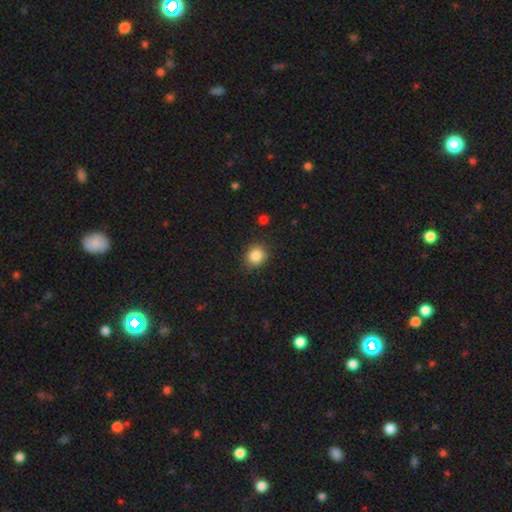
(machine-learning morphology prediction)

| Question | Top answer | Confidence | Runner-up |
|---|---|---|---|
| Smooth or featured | smooth | 86% | star or artifact (10%) |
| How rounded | round | 79% | in between (20%) |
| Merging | none | 86% | minor disturbance (10%) |